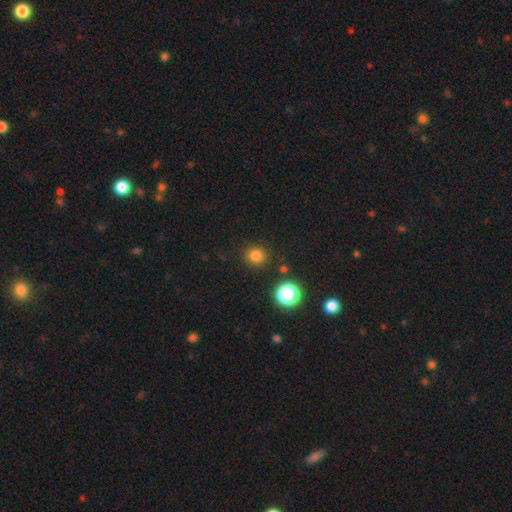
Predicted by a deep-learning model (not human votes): smooth 79%, star or artifact 17%, featured or disk 5%. Down the decision tree: how rounded — round (92%); merging — none (89%).